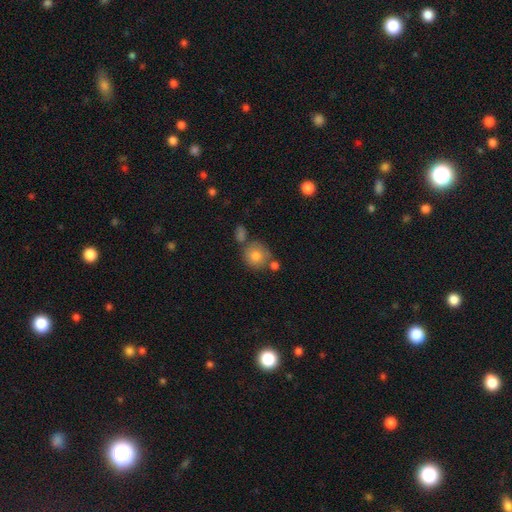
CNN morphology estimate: The model was most divided on "merging": none: 61%, merger: 20%, minor disturbance: 14%, major disturbance: 5%. More confident: how rounded — round (87%); smooth or featured — smooth (79%).